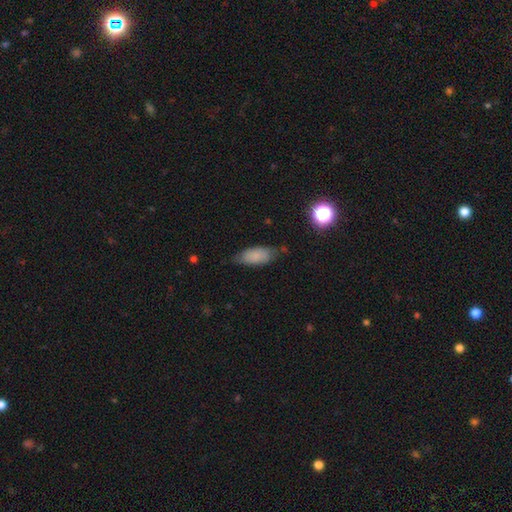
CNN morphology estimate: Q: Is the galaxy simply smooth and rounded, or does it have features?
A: smooth — 81%.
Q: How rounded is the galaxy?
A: in between — 83%.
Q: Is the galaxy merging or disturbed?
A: none — 67%.